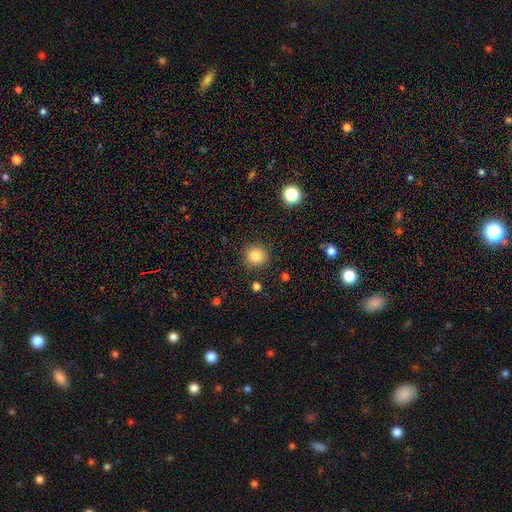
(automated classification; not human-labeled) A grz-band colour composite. It shows a smooth galaxy with no disk features (84%) that is round (91%). Merging: none (89%).